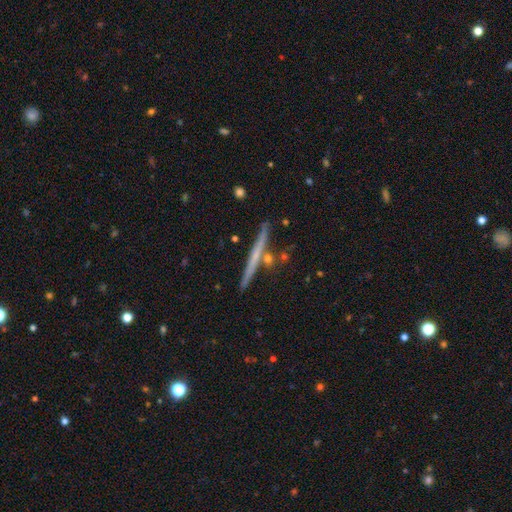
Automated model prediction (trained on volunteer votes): Smooth or featured? featured or disk (60%)
Edge-on disk? yes (97%)
Edge-on bulge? none (72%)
Merging? none (86%)